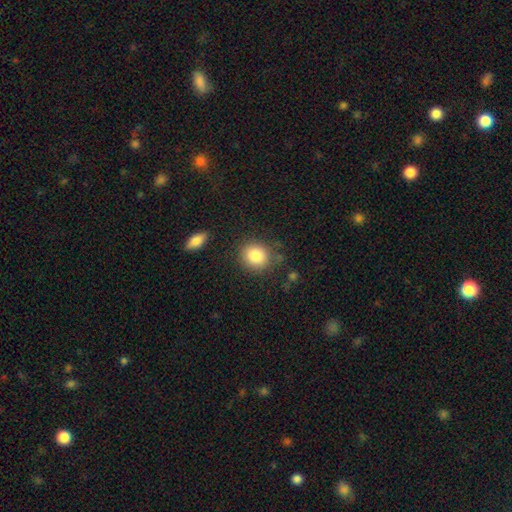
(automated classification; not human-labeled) This is clearly a smooth galaxy (85%). How rounded: likely round (74%). Merging: likely none (80%).